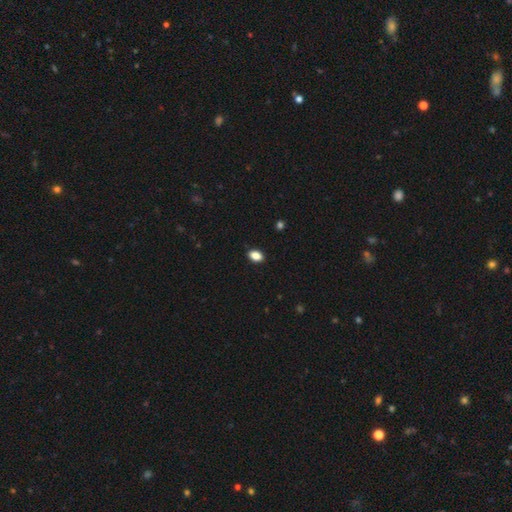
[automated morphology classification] Smooth or featured? Predicted: smooth (p=0.87). How rounded? Predicted: in between (p=0.86). Merging? Predicted: none (p=0.90).